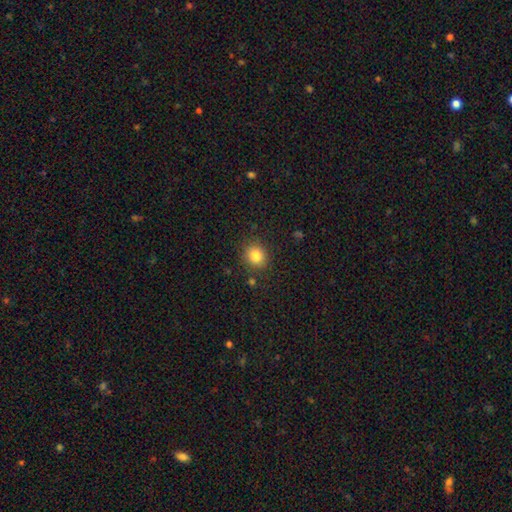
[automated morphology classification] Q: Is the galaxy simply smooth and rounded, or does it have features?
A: smooth — 83%.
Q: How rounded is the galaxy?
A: round — 81%.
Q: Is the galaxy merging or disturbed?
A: none — 86%.